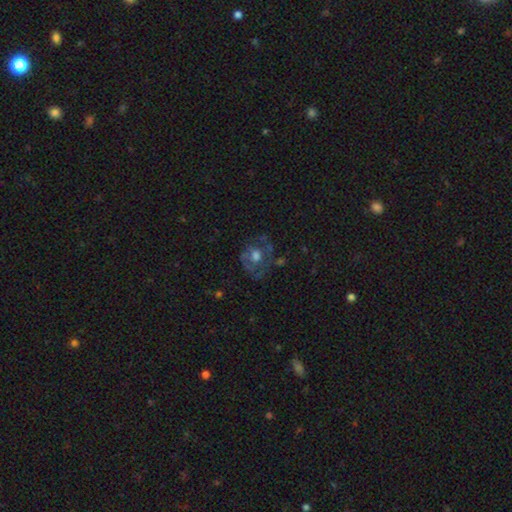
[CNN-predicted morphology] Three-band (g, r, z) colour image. It shows a featured or disk galaxy (57%) with no bar (83%), no spiral arms (63%) and a moderate central bulge (62%). Merging: none (53%).